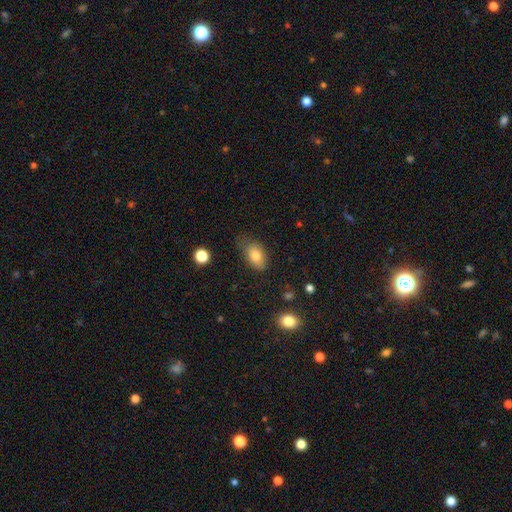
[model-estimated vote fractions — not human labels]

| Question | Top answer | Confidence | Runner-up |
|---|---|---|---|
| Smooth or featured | smooth | 80% | featured or disk (12%) |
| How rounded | in between | 89% | round (8%) |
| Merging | none | 64% | minor disturbance (27%) |